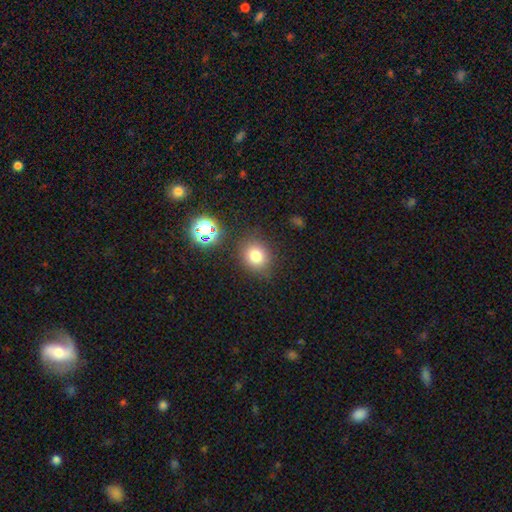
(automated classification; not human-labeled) smooth 76%, star or artifact 16%, featured or disk 8%. Down the decision tree: how rounded — round (75%); merging — none (81%).